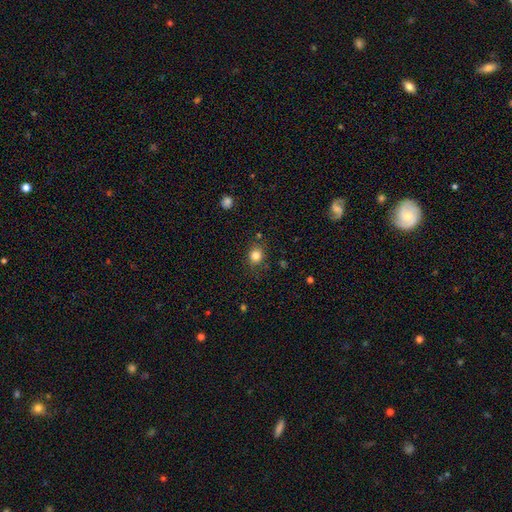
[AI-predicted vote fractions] Smooth or featured? Predicted: smooth (p=0.82). How rounded? Predicted: round (p=0.73). Merging? Predicted: none (p=0.83).